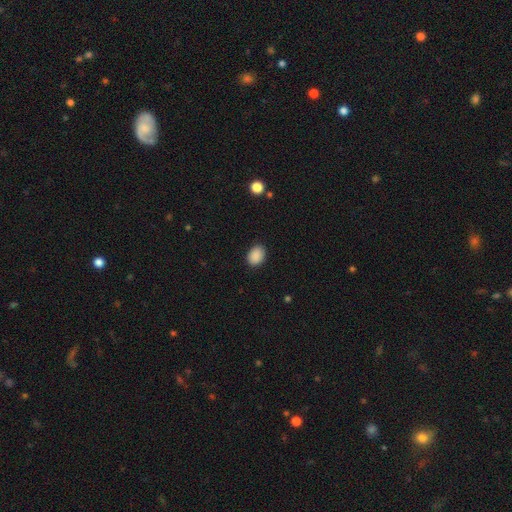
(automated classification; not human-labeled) Overall: smooth (89%). How rounded: in between (70%). Merging: none (86%).